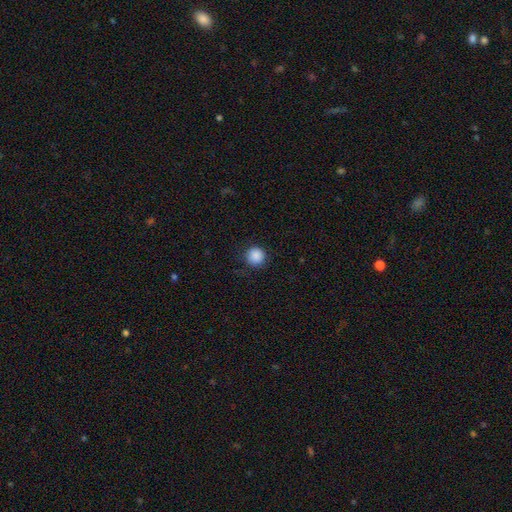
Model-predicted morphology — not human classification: A smooth galaxy with no disk features (88%) that is round (95%). Merging: none (89%).